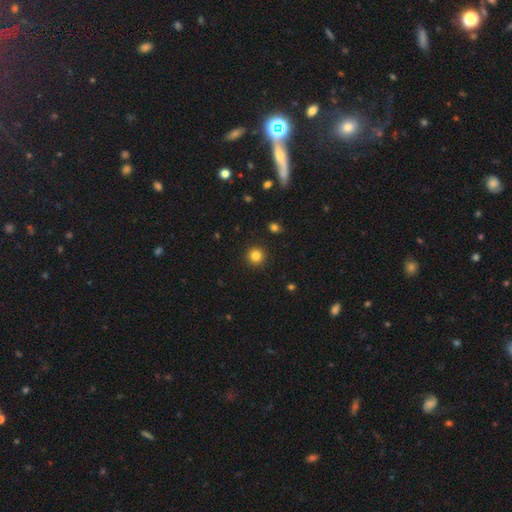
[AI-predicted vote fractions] The model was most divided on "smooth or featured": smooth: 83%, star or artifact: 12%, featured or disk: 5%. More confident: how rounded — round (95%); merging — none (92%).